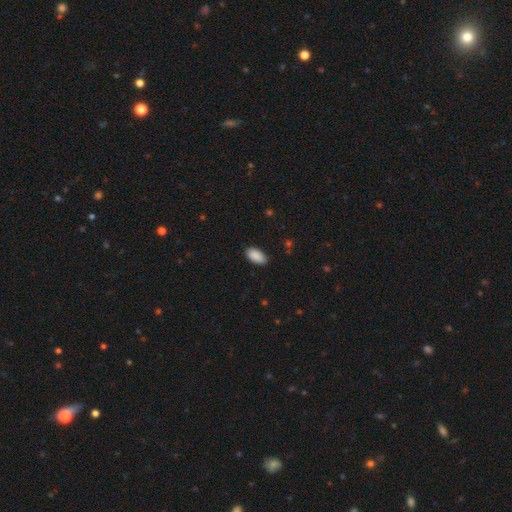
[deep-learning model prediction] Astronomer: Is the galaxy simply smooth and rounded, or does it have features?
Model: smooth — 90%.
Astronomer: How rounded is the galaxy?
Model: in between — 94%.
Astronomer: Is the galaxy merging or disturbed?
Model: none — 87%.